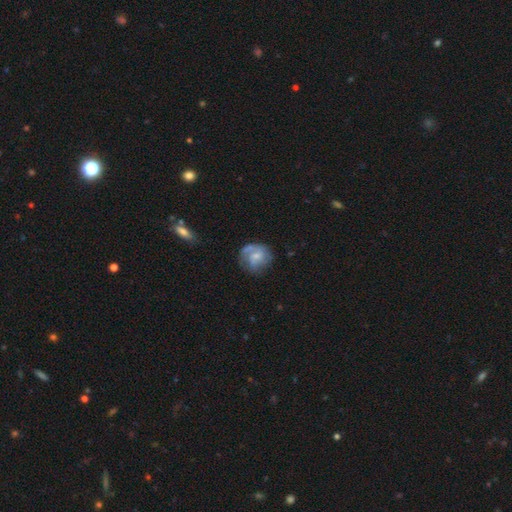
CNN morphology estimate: type=featured or disk (57%); edge-on=no (98%); bar=no (56%); spiral arms=yes (78%); bulge=small (47%); merging=none (56%).